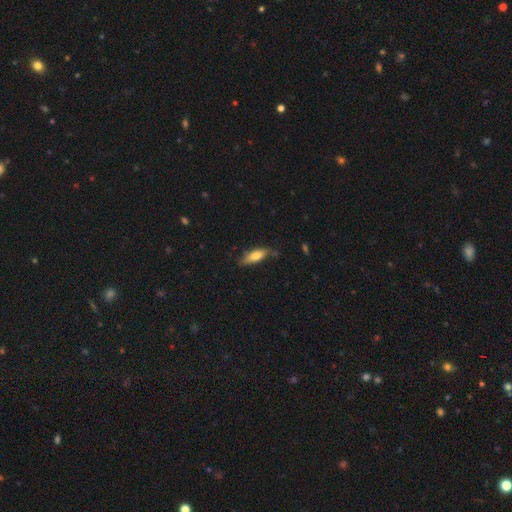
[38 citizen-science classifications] Morphology: type=smooth (87%); roundness=cigar-shaped (58%); merging=none (86%).